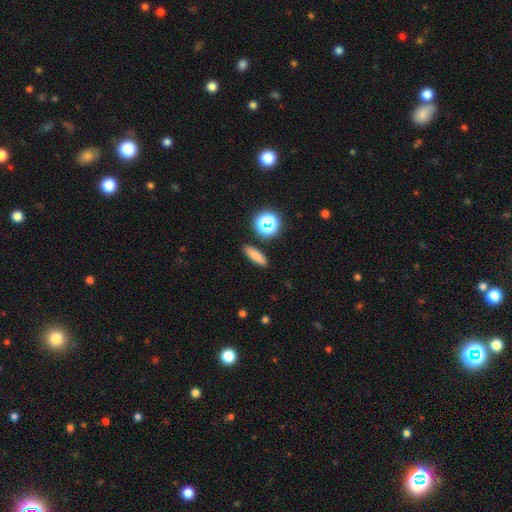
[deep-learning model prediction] A smooth galaxy with no disk features (77%) that is cigar-shaped (50%).

Vote fractions:
- Smooth or featured? smooth: 77% / star or artifact: 14% / featured or disk: 9%
- How rounded? cigar-shaped: 50% / in between: 40% / round: 10%
- Merging? none: 88% / minor disturbance: 7% / merger: 3% / major disturbance: 2%